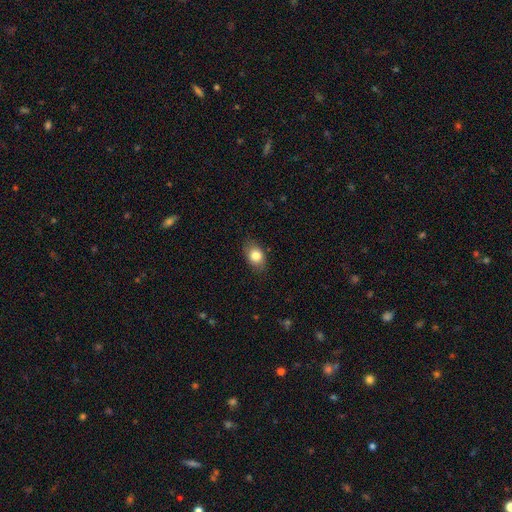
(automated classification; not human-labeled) Smooth or featured? smooth (83%)
How rounded? in between (78%)
Merging? none (83%)